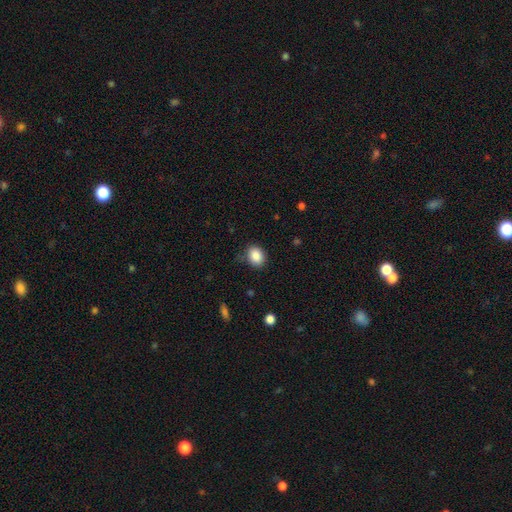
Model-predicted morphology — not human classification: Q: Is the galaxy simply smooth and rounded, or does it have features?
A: smooth — 87%.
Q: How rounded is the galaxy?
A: in between — 52%.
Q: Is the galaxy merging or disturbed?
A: none — 79%.